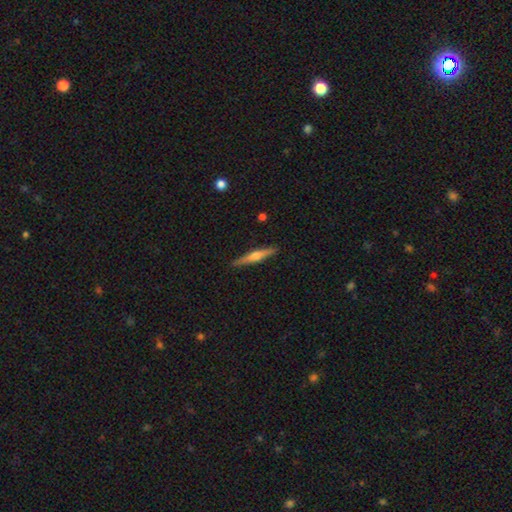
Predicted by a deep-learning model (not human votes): smooth_or_featured: featured or disk (p=0.53) [alt: smooth p=0.41]
disk_edge_on: yes (p=0.97) [alt: no p=0.03]
edge_on_bulge: rounded (p=0.77) [alt: boxy p=0.12]
merging: none (p=0.90) [alt: minor disturbance p=0.08]